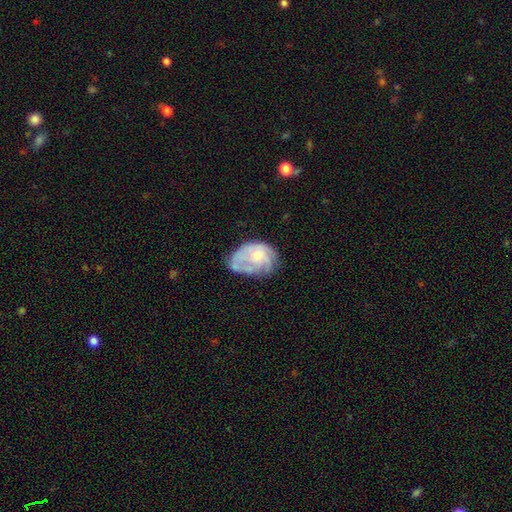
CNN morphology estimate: This appears to be a featured or disk galaxy (58%) with no bar (83%), spiral arms (60%) and a moderate central bulge (49%). Merging: none (41%).